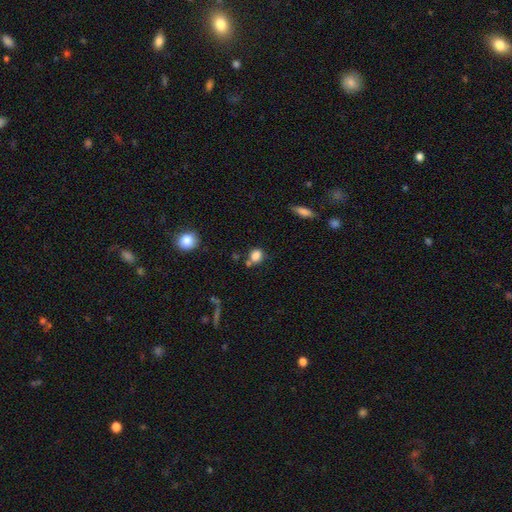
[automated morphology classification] The model was most divided on "how rounded": round: 61%, in between: 38%, cigar-shaped: 2%. More confident: smooth or featured — smooth (83%); merging — none (60%).